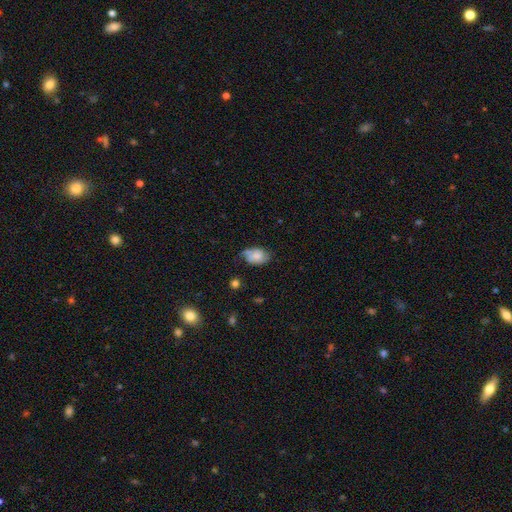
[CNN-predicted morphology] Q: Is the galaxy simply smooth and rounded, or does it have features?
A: smooth — 64%.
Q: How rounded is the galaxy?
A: in between — 85%.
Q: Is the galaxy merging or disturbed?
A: none — 48%.